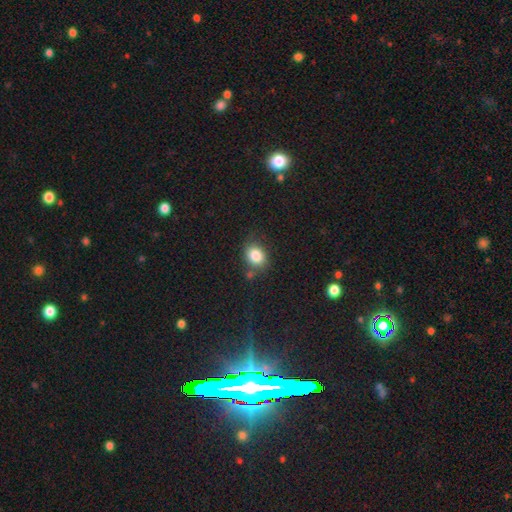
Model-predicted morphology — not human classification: This appears to be a smooth galaxy with no disk features (83%) that is round (54%). Merging: none (69%).